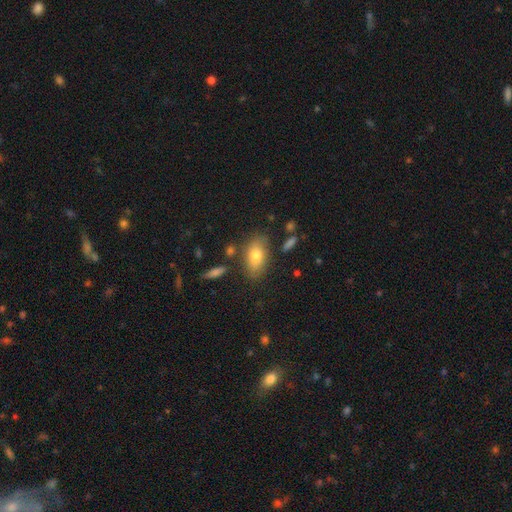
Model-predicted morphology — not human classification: A smooth galaxy with no disk features (75%) that is in between round and cigar-shaped (89%). Merging: none (78%).